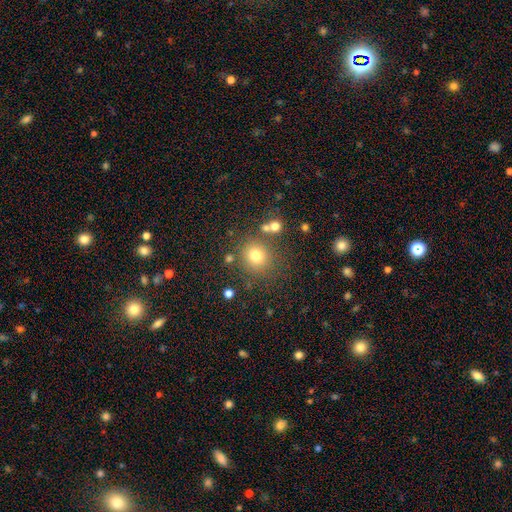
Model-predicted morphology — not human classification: Smooth or featured: smooth — 76% (star or artifact — 15%)
How rounded: round — 87% (in between — 12%)
Merging: none — 76% (minor disturbance — 10%)